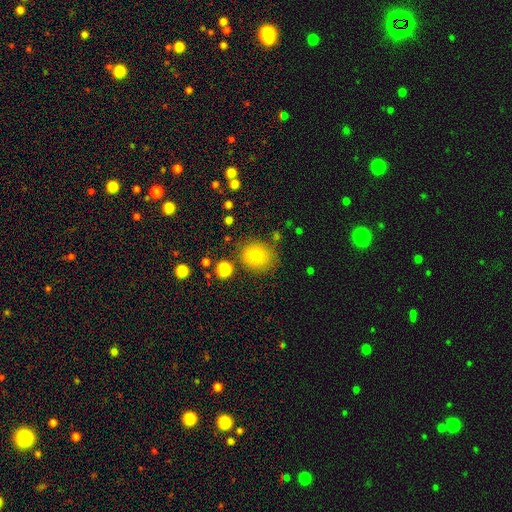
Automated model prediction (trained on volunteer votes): Morphology: type=smooth (78%); roundness=round (75%); merging=none (78%).